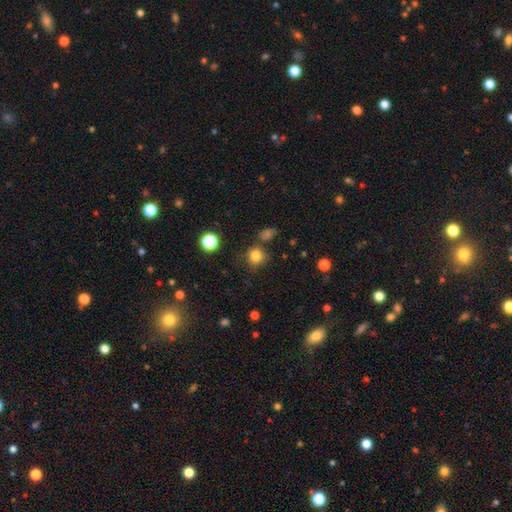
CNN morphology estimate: A smooth galaxy with no disk features (81%) that is round (88%).

Vote fractions:
- Smooth or featured? smooth: 81% / star or artifact: 14% / featured or disk: 5%
- How rounded? round: 88% / in between: 11% / cigar-shaped: 1%
- Merging? none: 75% / minor disturbance: 14% / merger: 6% / major disturbance: 5%